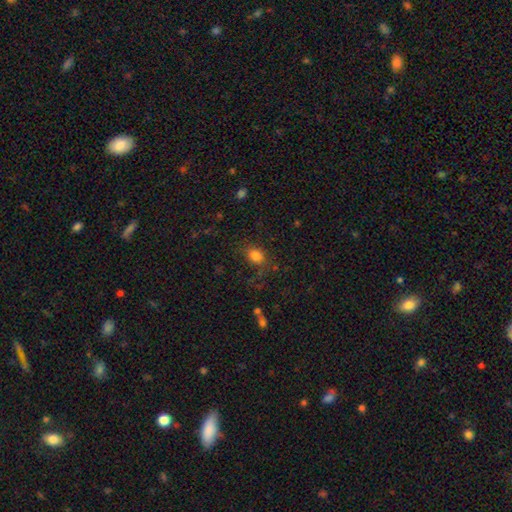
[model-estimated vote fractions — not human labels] smooth 82%, star or artifact 12%, featured or disk 6%. Down the decision tree: how rounded — in between (60%); merging — none (76%).